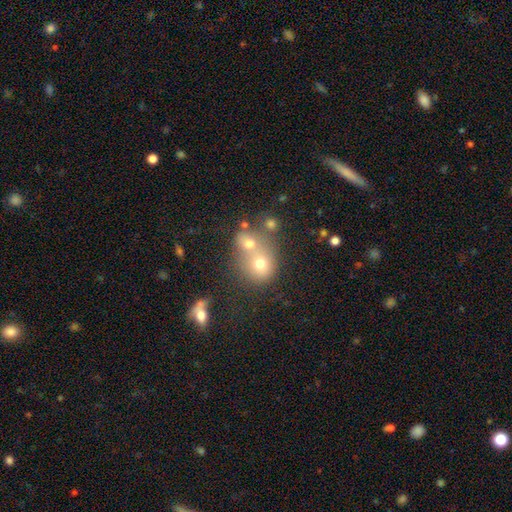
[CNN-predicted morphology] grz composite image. It shows a smooth galaxy with no disk features (56%) that is round (74%). Merging: merger (54%).